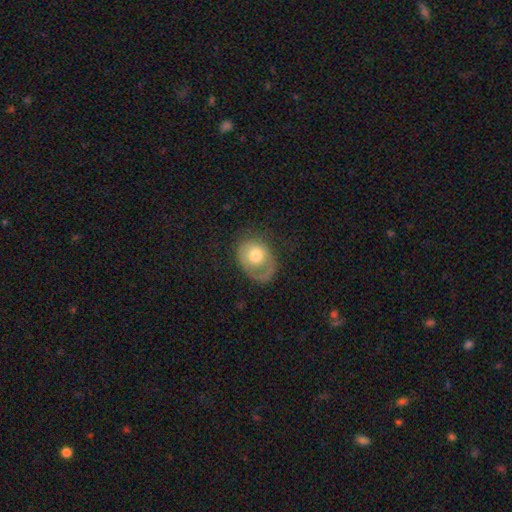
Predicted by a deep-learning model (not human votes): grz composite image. It shows a smooth galaxy with no disk features (56%) that is in between round and cigar-shaped (54%). Merging: none (43%).